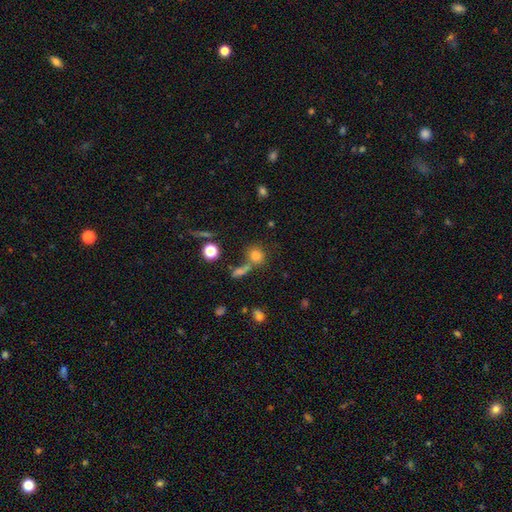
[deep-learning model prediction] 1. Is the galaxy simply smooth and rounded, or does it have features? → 76% smooth, 15% star or artifact, 9% featured or disk.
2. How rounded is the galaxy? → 76% round, 22% in between, 2% cigar-shaped.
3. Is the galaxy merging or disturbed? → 57% none, 26% merger, 11% minor disturbance, 6% major disturbance.